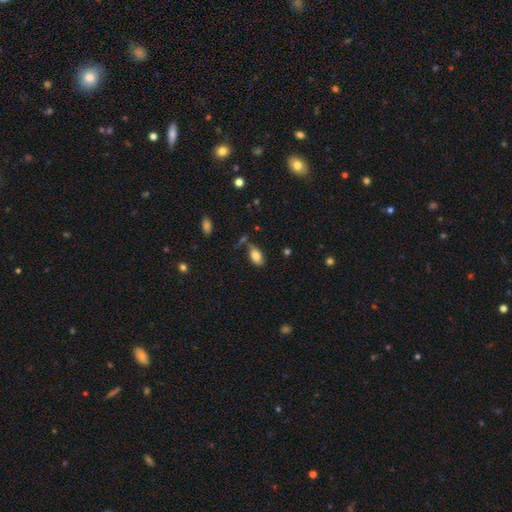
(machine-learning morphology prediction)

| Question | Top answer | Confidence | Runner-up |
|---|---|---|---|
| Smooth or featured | smooth | 82% | featured or disk (10%) |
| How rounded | in between | 93% | round (4%) |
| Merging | none | 63% | minor disturbance (20%) |